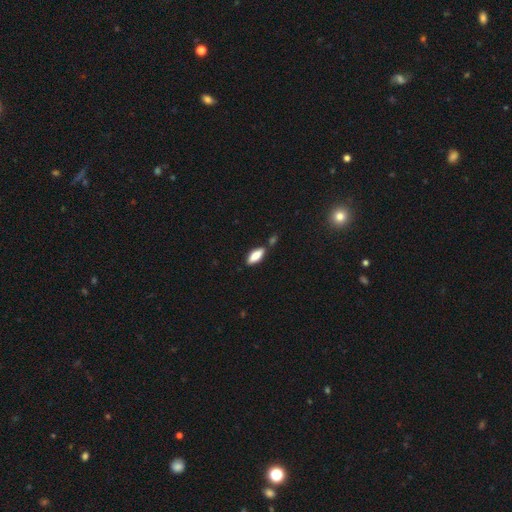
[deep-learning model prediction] This is clearly a smooth galaxy (81%). How rounded: likely in between (76%). Merging: likely none (74%).